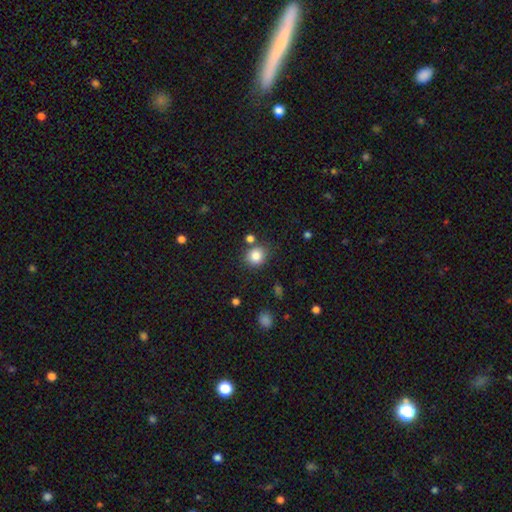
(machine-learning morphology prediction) A smooth galaxy with no disk features (84%) that is round (81%).

Vote fractions:
- Smooth or featured? smooth: 84% / star or artifact: 11% / featured or disk: 5%
- How rounded? round: 81% / in between: 18% / cigar-shaped: 1%
- Merging? none: 78% / minor disturbance: 10% / merger: 9% / major disturbance: 3%